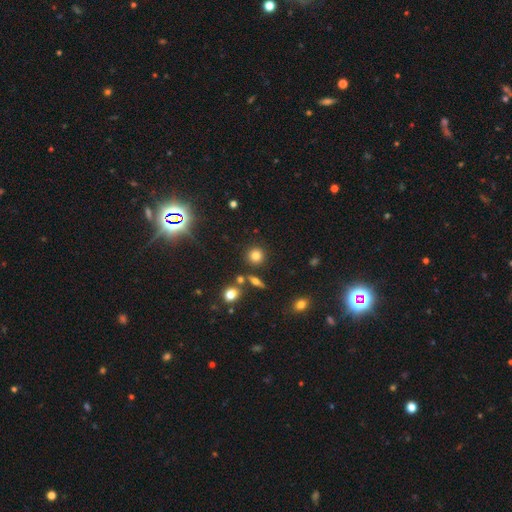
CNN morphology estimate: smooth_or_featured: smooth (p=0.76) [alt: star or artifact p=0.15]
how_rounded: round (p=0.90) [alt: in between p=0.09]
merging: none (p=0.84) [alt: minor disturbance p=0.07]